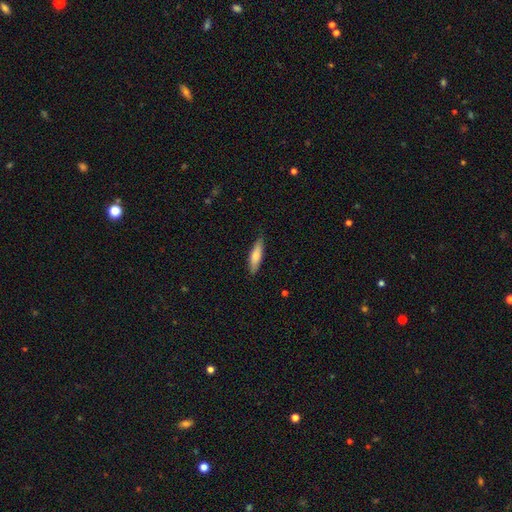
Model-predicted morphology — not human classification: This appears to be a smooth galaxy with no disk features (76%) that is cigar-shaped (70%). Merging: none (81%).